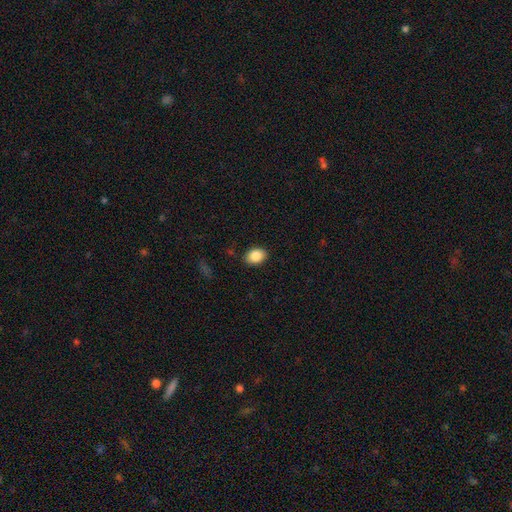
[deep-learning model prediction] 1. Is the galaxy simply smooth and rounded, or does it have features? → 86% smooth, 8% star or artifact, 6% featured or disk.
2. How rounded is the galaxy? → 73% in between, 26% round, 1% cigar-shaped.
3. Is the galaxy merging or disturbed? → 87% none, 9% minor disturbance, 2% major disturbance, 1% merger.